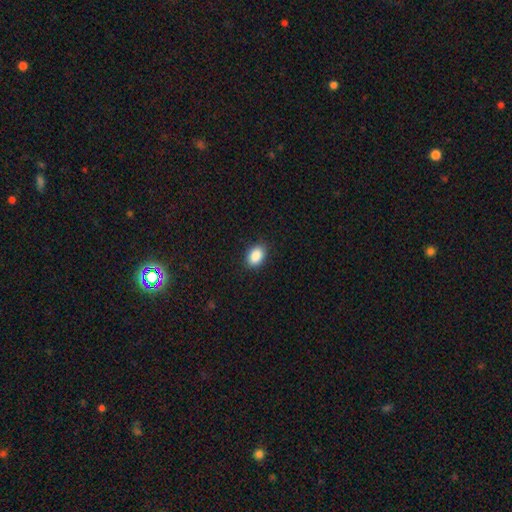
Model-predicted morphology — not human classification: A smooth galaxy with no disk features (89%) that is in between round and cigar-shaped (84%). Merging: none (87%).